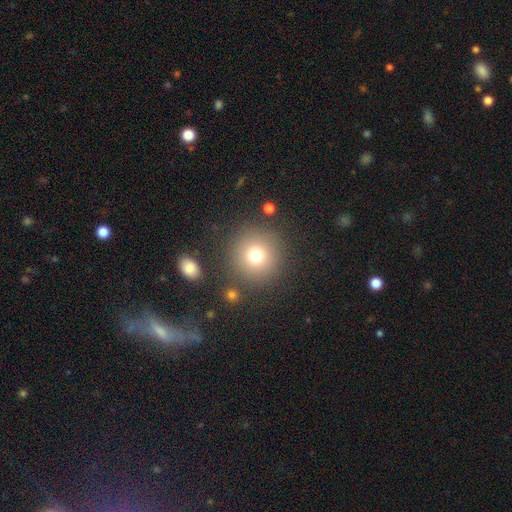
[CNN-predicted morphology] A smooth galaxy with no disk features (75%) that is round (94%). Merging: none (85%).